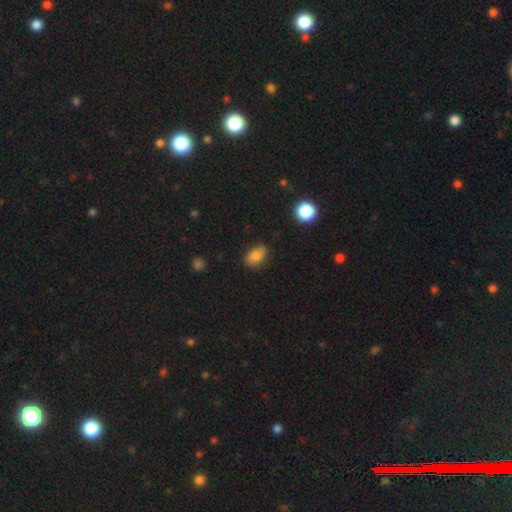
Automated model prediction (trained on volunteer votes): Smooth or featured: smooth — 74% (featured or disk — 16%)
How rounded: in between — 85% (round — 13%)
Merging: none — 71% (minor disturbance — 23%)